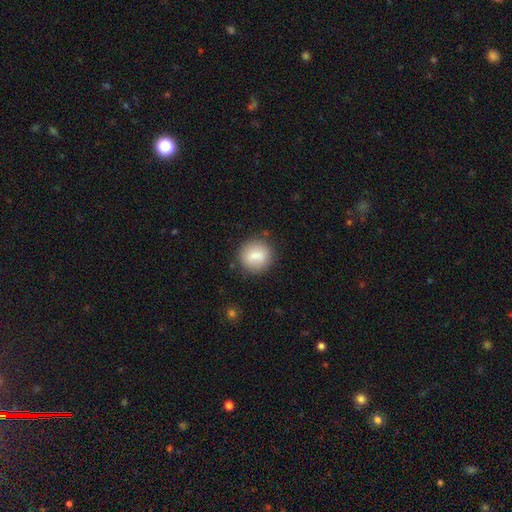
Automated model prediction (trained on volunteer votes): This appears to be a smooth galaxy with no disk features (79%) that is round (86%). Merging: none (82%).